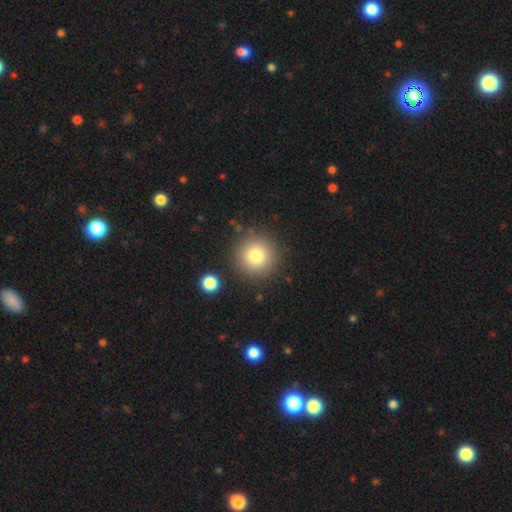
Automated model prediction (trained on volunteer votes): This is likely a smooth galaxy (79%). How rounded: clearly round (95%). Merging: clearly none (86%).